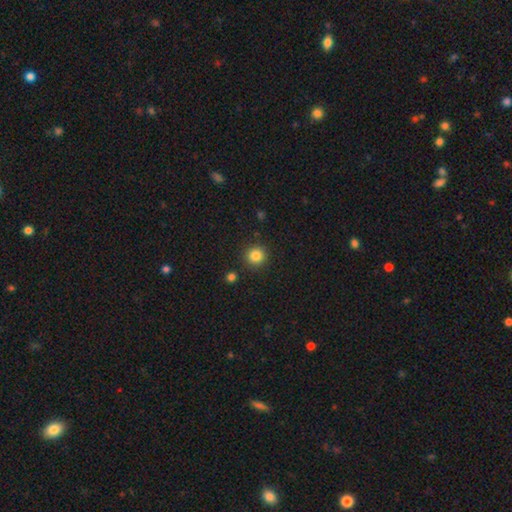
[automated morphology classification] Smooth or featured? smooth (84%)
How rounded? round (94%)
Merging? none (89%)